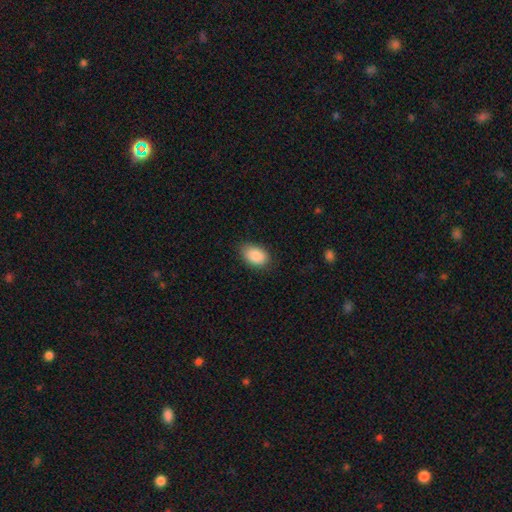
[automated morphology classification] A smooth galaxy with no disk features (88%) that is in between round and cigar-shaped (88%).

Vote fractions:
- Smooth or featured? smooth: 88% / star or artifact: 7% / featured or disk: 5%
- How rounded? in between: 88% / round: 11% / cigar-shaped: 1%
- Merging? none: 81% / minor disturbance: 15% / major disturbance: 3% / merger: 1%